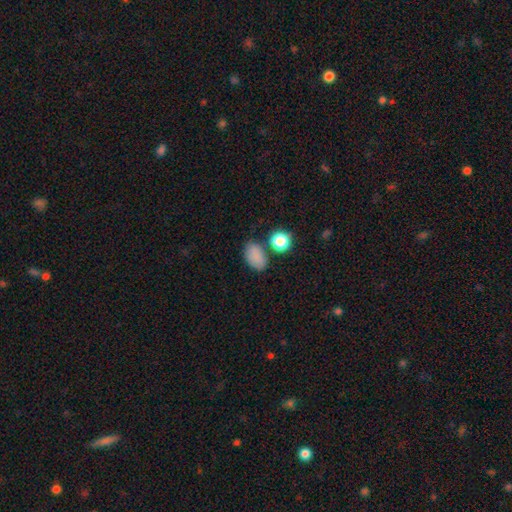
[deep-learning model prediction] Smooth or featured? smooth (82%)
How rounded? in between (85%)
Merging? none (68%)